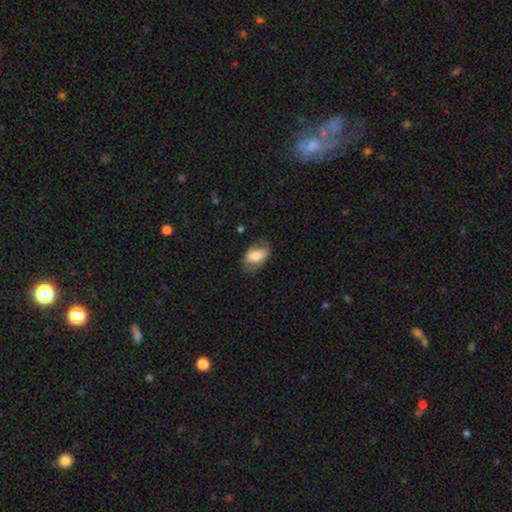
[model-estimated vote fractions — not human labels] The model was most divided on "smooth or featured": smooth: 66%, featured or disk: 27%, star or artifact: 7%. More confident: how rounded — in between (88%); merging — none (66%).